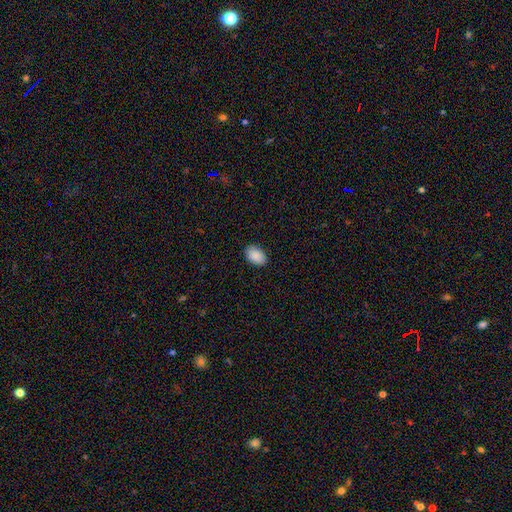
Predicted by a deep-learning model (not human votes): This is clearly a smooth galaxy (90%). How rounded: clearly in between (85%). Merging: clearly none (88%).